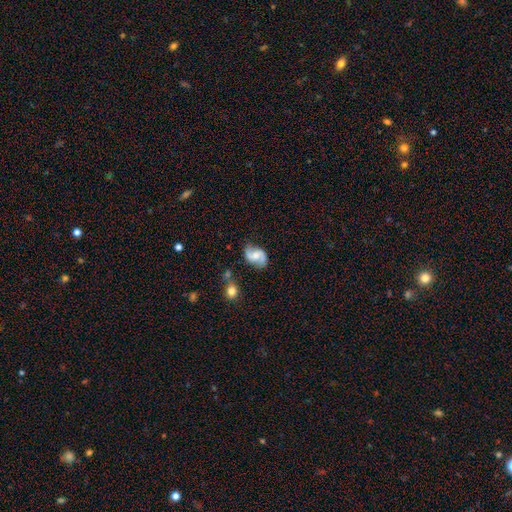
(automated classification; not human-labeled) This is likely a featured or disk galaxy (76%). It is clearly not viewed edge-on (98%). Bar: marginally weak (45%). Spiral arm pattern: clearly yes (94%). Spiral arm count: clearly 2 (92%). Spiral winding: possibly loose (53%). Central bulge: possibly moderate (51%). Merging: likely none (72%).